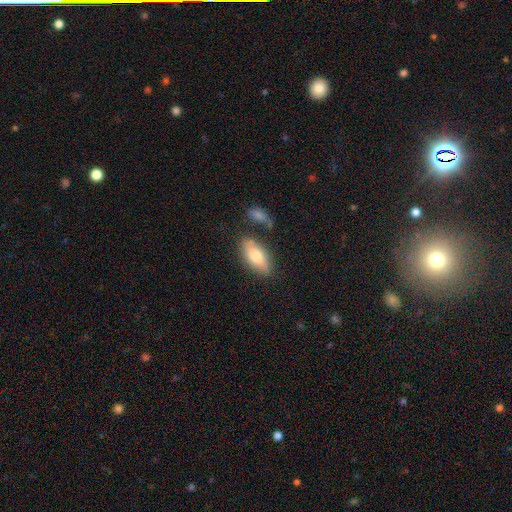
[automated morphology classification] Overall: smooth (70%). How rounded: in between (85%). Merging: none (71%).